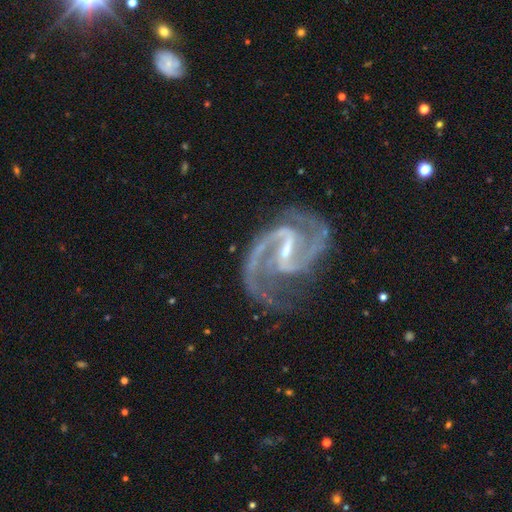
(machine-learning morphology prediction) A featured or disk galaxy (94%) with a strong bar (53%), 2 (91%) medium (65%) spiral arms (99%) and a small central bulge (71%). Merging: none (66%).